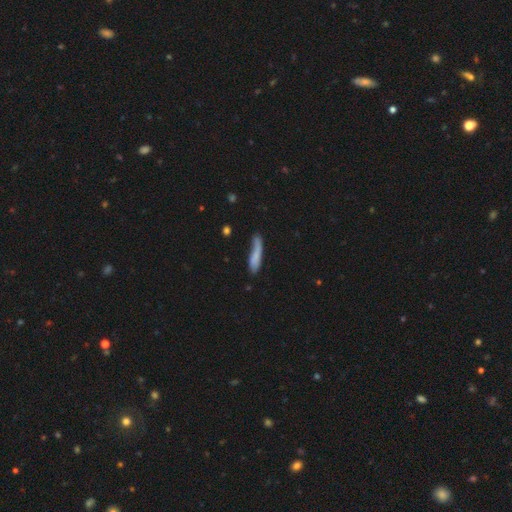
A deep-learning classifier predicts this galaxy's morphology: A smooth galaxy with no disk features (72%) that is cigar-shaped (84%).

Vote fractions:
- Smooth or featured? smooth: 72% / featured or disk: 21% / star or artifact: 7%
- How rounded? cigar-shaped: 84% / in between: 14% / round: 2%
- Merging? none: 53% / minor disturbance: 29% / major disturbance: 11% / merger: 7%